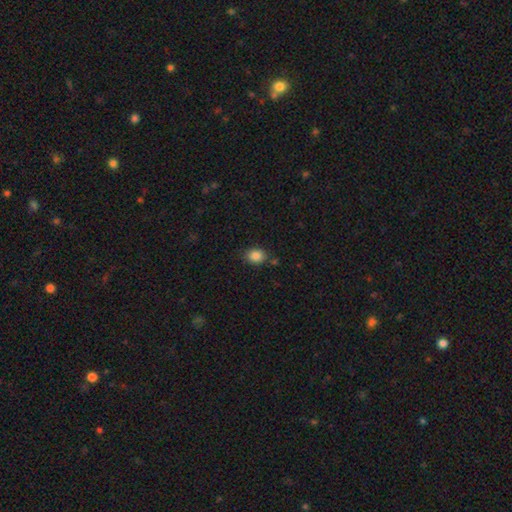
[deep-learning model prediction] The model was most divided on "how rounded": in between: 55%, round: 44%, cigar-shaped: 1%. More confident: smooth or featured — smooth (86%); merging — none (80%).